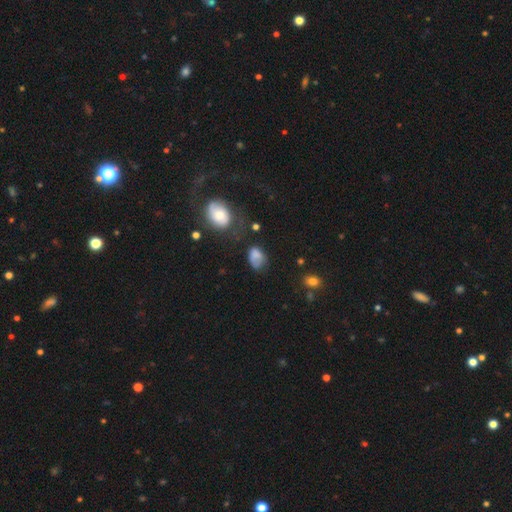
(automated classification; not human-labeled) Q: Smooth or featured?
A: smooth (72%); runner-up: featured or disk (17%)
Q: How rounded?
A: in between (72%); runner-up: round (27%)
Q: Merging?
A: none (37%); runner-up: minor disturbance (31%)